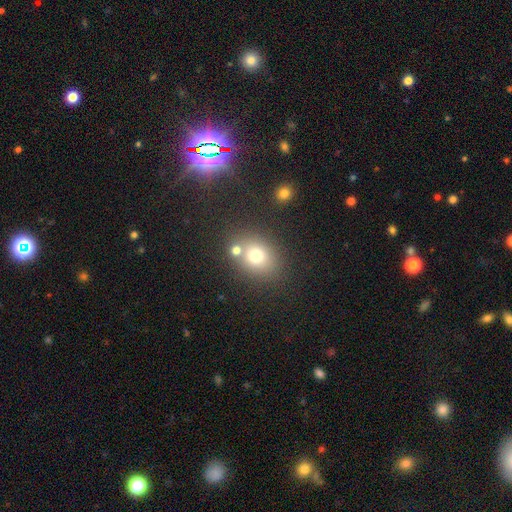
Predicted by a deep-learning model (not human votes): Smooth or featured? smooth (72%)
How rounded? round (59%)
Merging? none (63%)